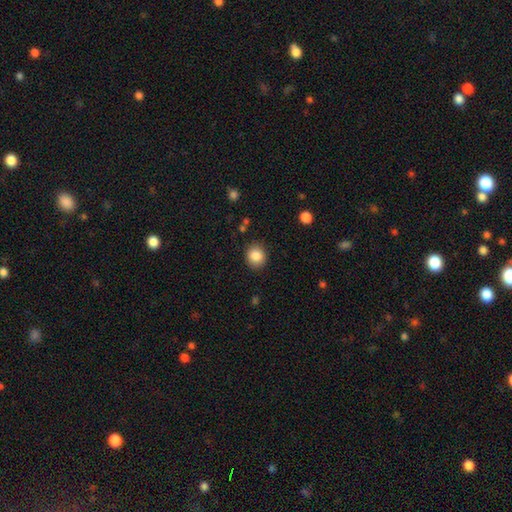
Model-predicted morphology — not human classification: Overall: smooth (86%). How rounded: round (80%). Merging: none (88%).